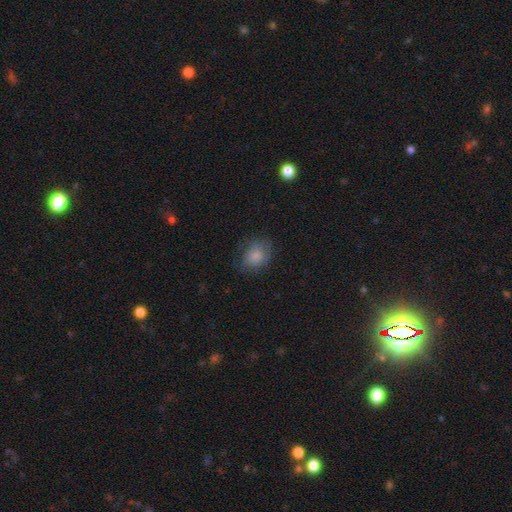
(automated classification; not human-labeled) Smooth or featured? Predicted: smooth (p=0.81). How rounded? Predicted: round (p=0.52). Merging? Predicted: none (p=0.69).